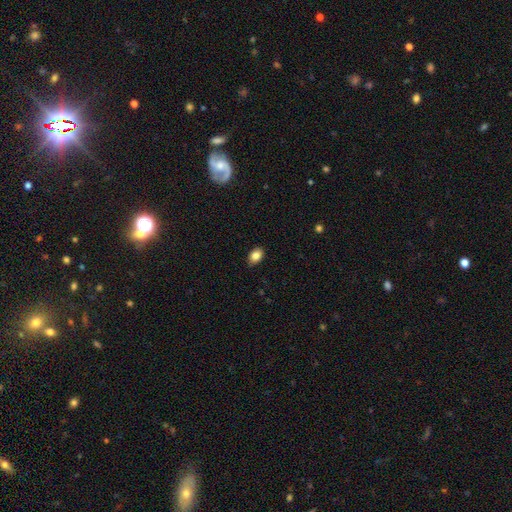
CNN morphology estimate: Smooth or featured: smooth — 85% (star or artifact — 8%)
How rounded: in between — 80% (round — 18%)
Merging: none — 83% (minor disturbance — 14%)